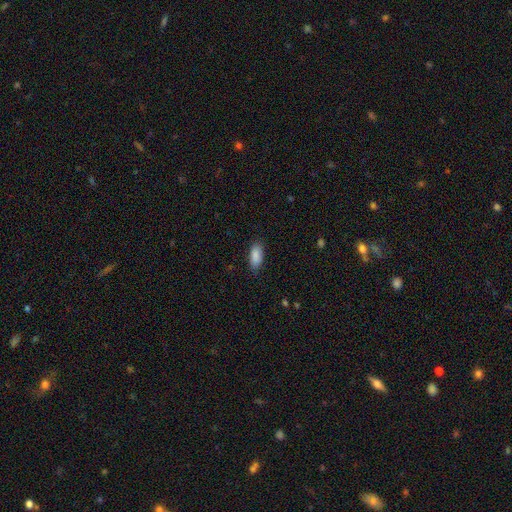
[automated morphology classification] Overall: smooth (89%). How rounded: in between (85%). Merging: none (84%).